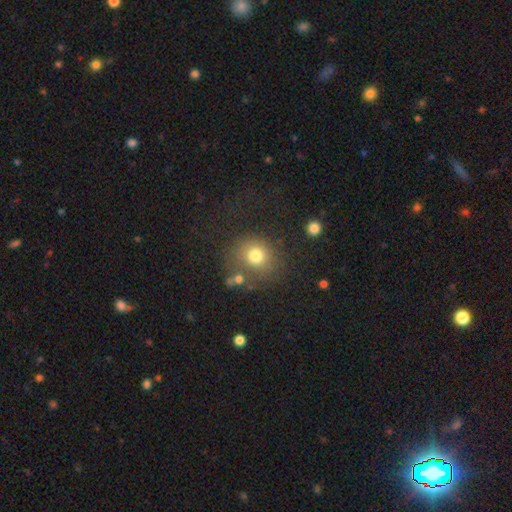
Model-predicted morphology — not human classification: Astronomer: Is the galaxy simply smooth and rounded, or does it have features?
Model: smooth — 75%.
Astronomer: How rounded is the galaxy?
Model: round — 79%.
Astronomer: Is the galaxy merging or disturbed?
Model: none — 68%.